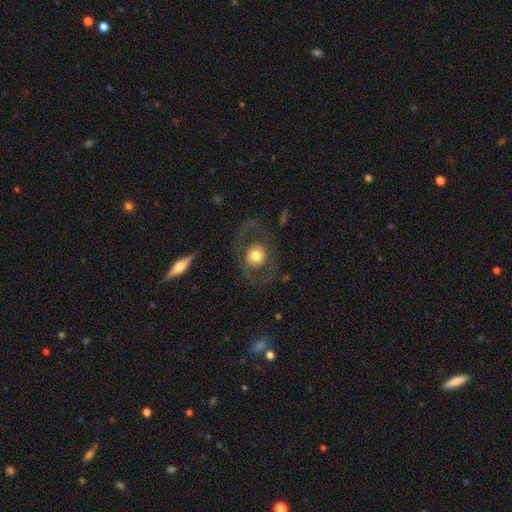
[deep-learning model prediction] A smooth galaxy with no disk features (47%).

Vote fractions:
- Smooth or featured? smooth: 47% / featured or disk: 46% / star or artifact: 7%
- Merging? none: 69% / major disturbance: 17% / minor disturbance: 12% / merger: 2%